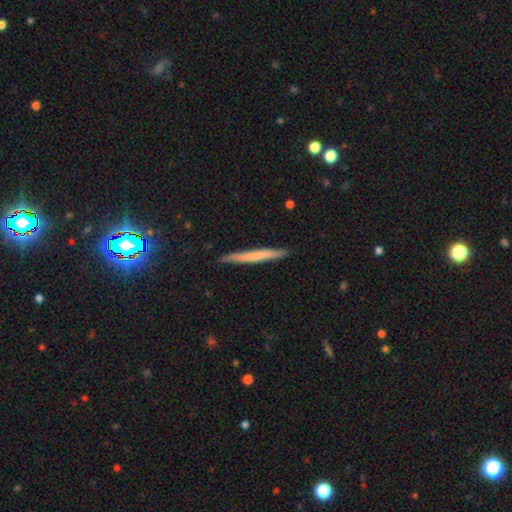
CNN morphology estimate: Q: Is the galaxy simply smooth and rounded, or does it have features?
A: smooth — 57%.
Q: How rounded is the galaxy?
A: cigar-shaped — 97%.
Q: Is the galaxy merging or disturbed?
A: none — 90%.